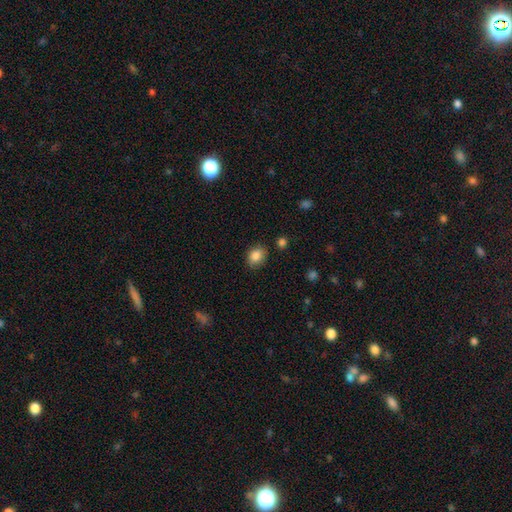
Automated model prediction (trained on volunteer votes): This is clearly a smooth galaxy (85%). How rounded: possibly in between (53%). Merging: clearly none (83%).